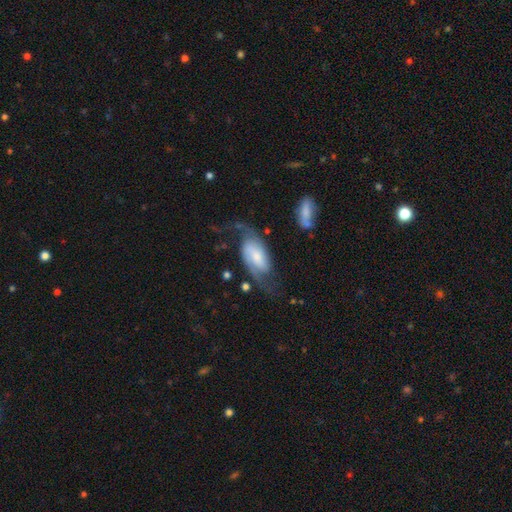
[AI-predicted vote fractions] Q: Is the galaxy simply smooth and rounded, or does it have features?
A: featured or disk — 80%.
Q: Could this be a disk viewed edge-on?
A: no — 95%.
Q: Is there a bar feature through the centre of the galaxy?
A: weak — 41%.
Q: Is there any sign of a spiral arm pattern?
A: yes — 96%.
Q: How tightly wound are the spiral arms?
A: loose — 51%.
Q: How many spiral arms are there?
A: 2 — 91%.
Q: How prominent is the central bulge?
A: small — 31%.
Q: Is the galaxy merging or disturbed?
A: none — 58%.